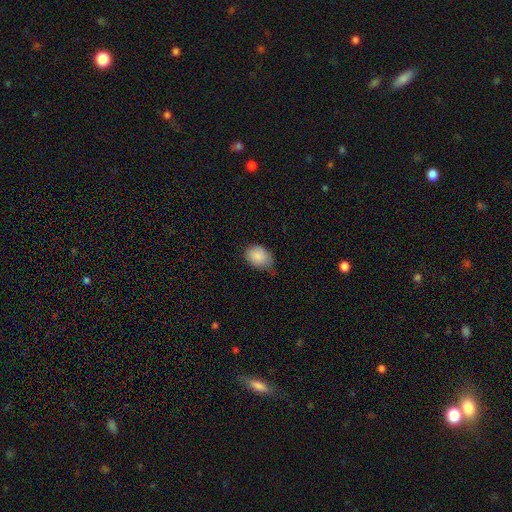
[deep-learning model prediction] This appears to be a smooth galaxy with no disk features (86%) that is in between round and cigar-shaped (72%). Merging: none (58%).